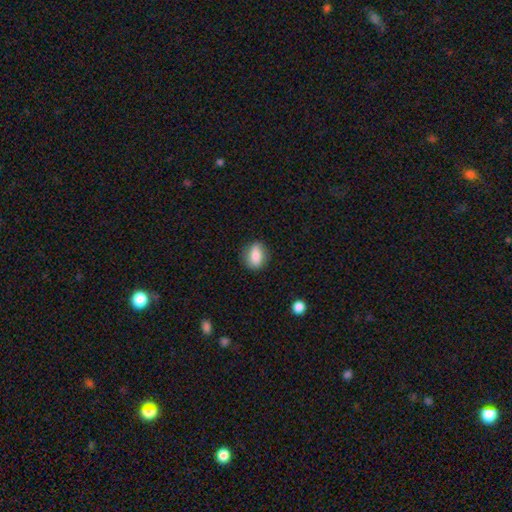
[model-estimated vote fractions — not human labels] This appears to be a smooth galaxy with no disk features (79%) that is in between round and cigar-shaped (67%). Merging: none (81%).